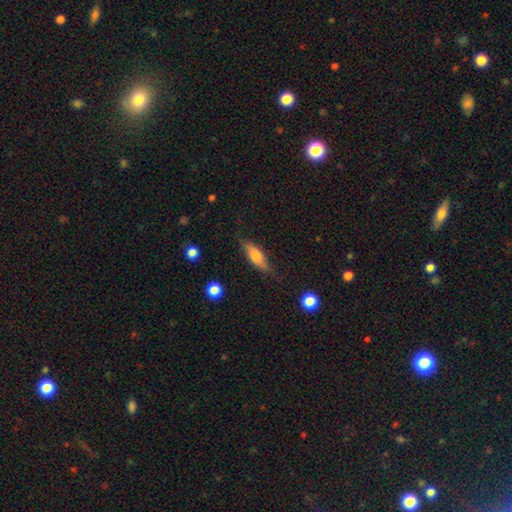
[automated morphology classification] This is possibly a smooth galaxy (59%). How rounded: possibly in between (51%). Merging: likely none (75%).